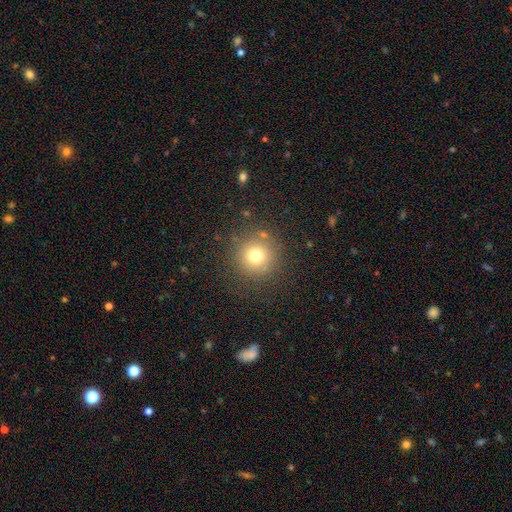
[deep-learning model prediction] Smooth or featured? Predicted: smooth (p=0.73). How rounded? Predicted: round (p=0.95). Merging? Predicted: none (p=0.85).